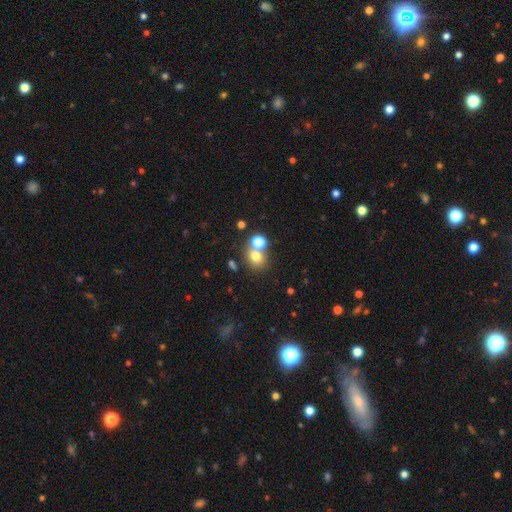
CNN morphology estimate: Smooth or featured?
  - smooth: 73% *
  - star or artifact: 16%
  - featured or disk: 11%
How rounded?
  - round: 71% *
  - in between: 28%
  - cigar-shaped: 1%
Merging?
  - none: 51% *
  - merger: 36%
  - minor disturbance: 8%
  - major disturbance: 4%